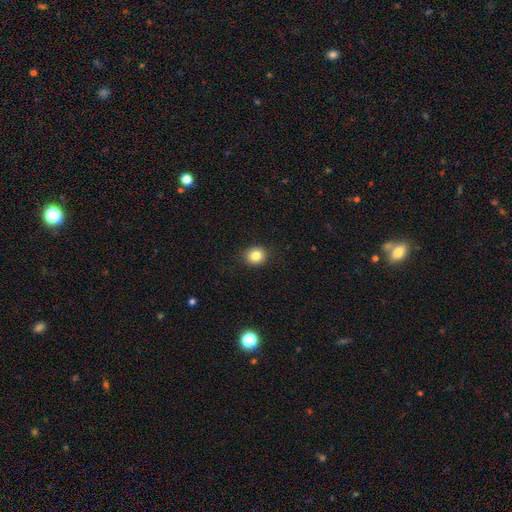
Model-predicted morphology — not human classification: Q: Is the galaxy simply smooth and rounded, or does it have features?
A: smooth — 83%.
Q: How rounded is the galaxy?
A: round — 77%.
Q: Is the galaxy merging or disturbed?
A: none — 90%.